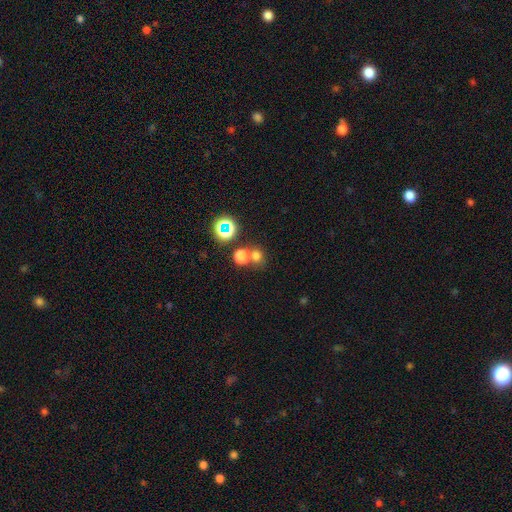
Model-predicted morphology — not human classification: A smooth galaxy with no disk features (69%) that is round (82%).

Vote fractions:
- Smooth or featured? smooth: 69% / star or artifact: 23% / featured or disk: 8%
- How rounded? round: 82% / in between: 17% / cigar-shaped: 1%
- Merging? none: 59% / merger: 30% / minor disturbance: 7% / major disturbance: 4%